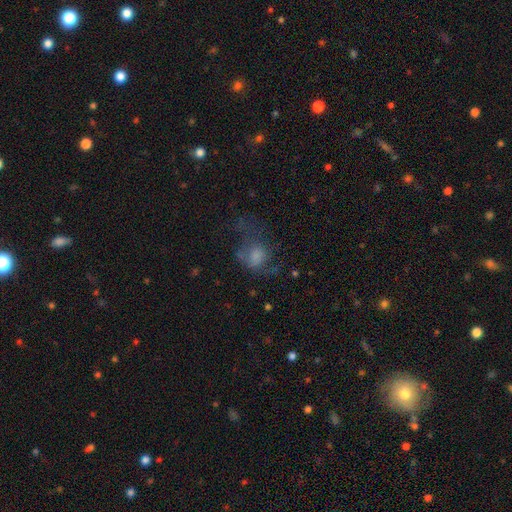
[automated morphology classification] The model was most divided on "how rounded": round: 55%, in between: 44%, cigar-shaped: 1%. Remaining: smooth or featured — smooth (61%); merging — major disturbance (47%).